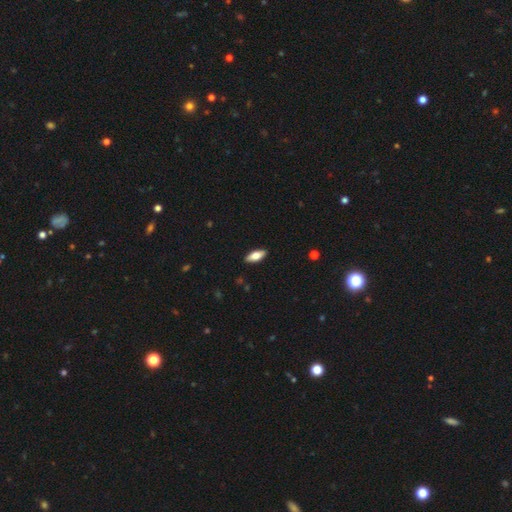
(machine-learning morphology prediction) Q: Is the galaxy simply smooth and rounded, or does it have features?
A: smooth — 70%.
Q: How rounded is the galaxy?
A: in between — 76%.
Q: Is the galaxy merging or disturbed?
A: none — 89%.